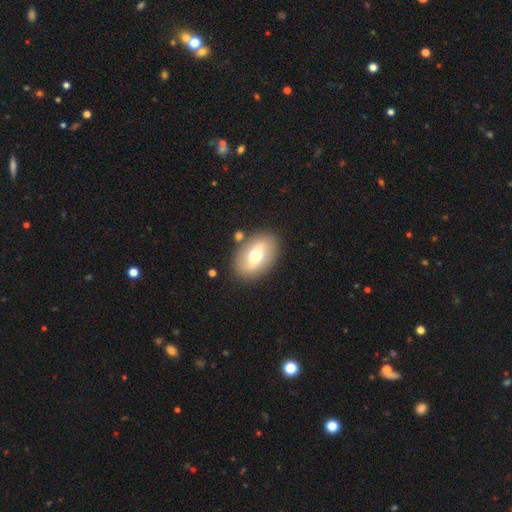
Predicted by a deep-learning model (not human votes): A smooth galaxy with no disk features (53%) that is in between round and cigar-shaped (84%). Merging: none (82%).